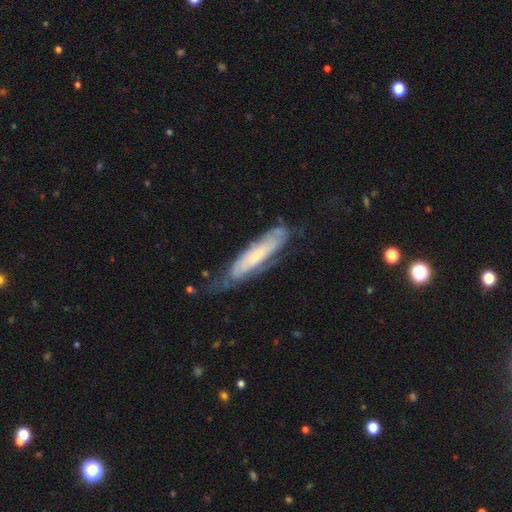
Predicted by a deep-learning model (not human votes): Smooth or featured? featured or disk (54%)
Edge-on disk? no (58%)
Merging? none (55%)